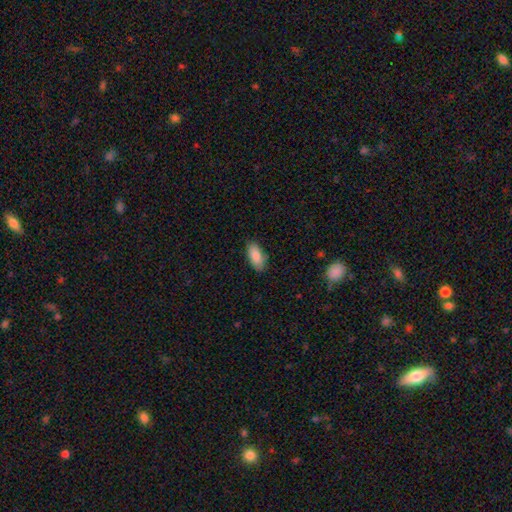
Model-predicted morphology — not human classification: type=smooth (88%); roundness=in between (88%); merging=none (85%).